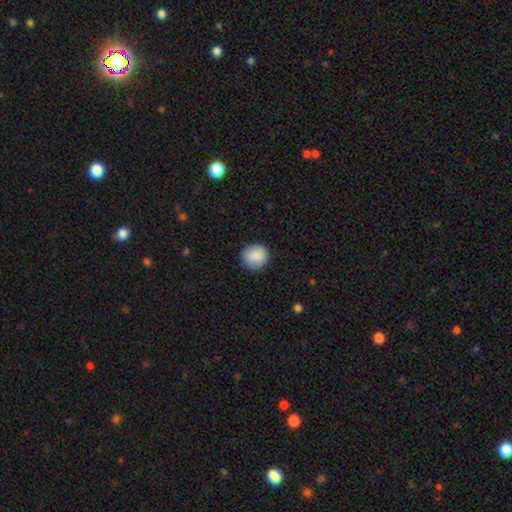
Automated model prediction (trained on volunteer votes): This is clearly a smooth galaxy (89%). How rounded: clearly round (89%). Merging: clearly none (89%).